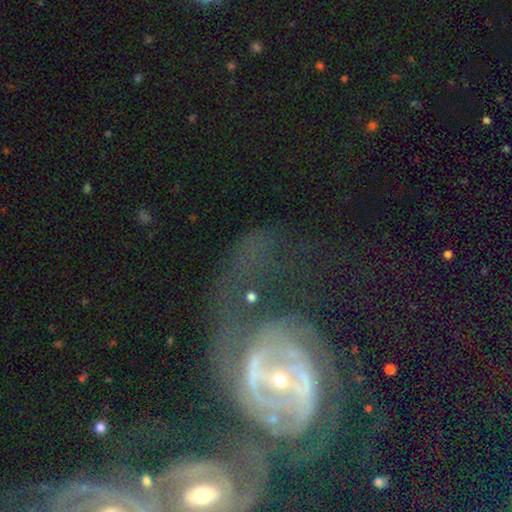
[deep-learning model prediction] featured or disk 79%, star or artifact 12%, smooth 9%. Down the decision tree: edge-on disk — no (96%); bar — no (38%); spiral arms — yes (87%); spiral arm count — 2 (57%); spiral winding — tight (42%); bulge size — small (66%); merging — none (32%).